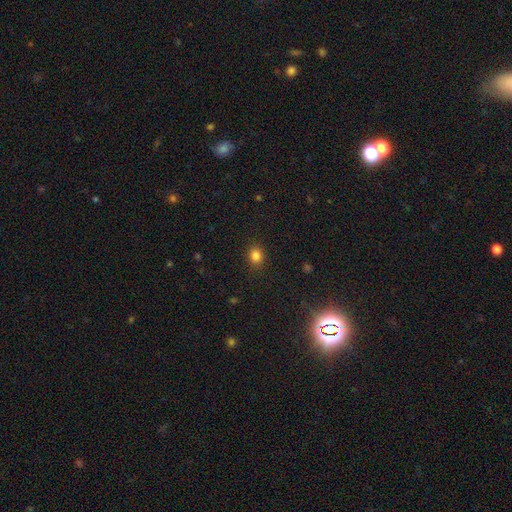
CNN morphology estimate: Smooth or featured? Predicted: smooth (p=0.83). How rounded? Predicted: round (p=0.68). Merging? Predicted: none (p=0.89).